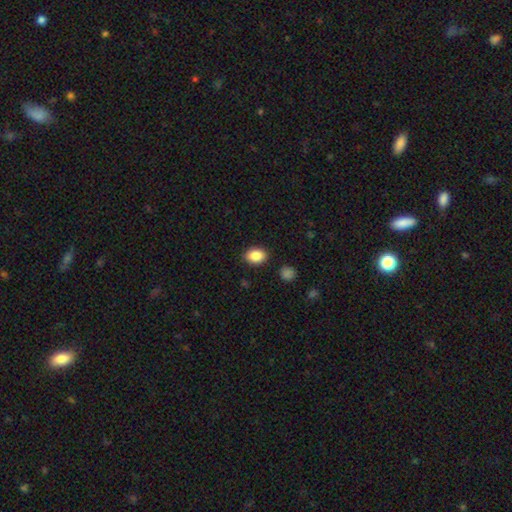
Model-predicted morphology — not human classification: Q: Smooth or featured?
A: smooth (87%); runner-up: star or artifact (8%)
Q: How rounded?
A: in between (73%); runner-up: round (26%)
Q: Merging?
A: none (87%); runner-up: minor disturbance (9%)